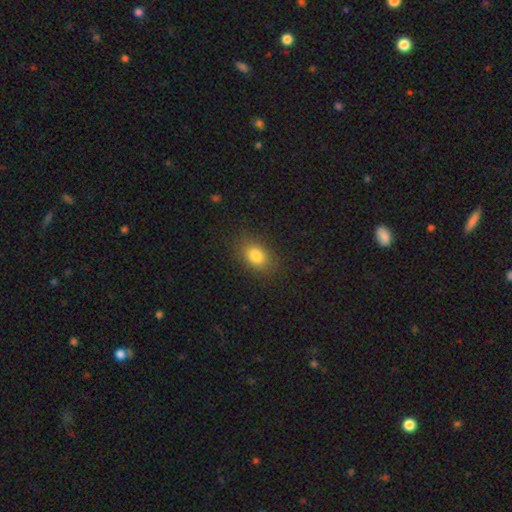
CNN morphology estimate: Smooth or featured? smooth (81%)
How rounded? in between (76%)
Merging? none (84%)